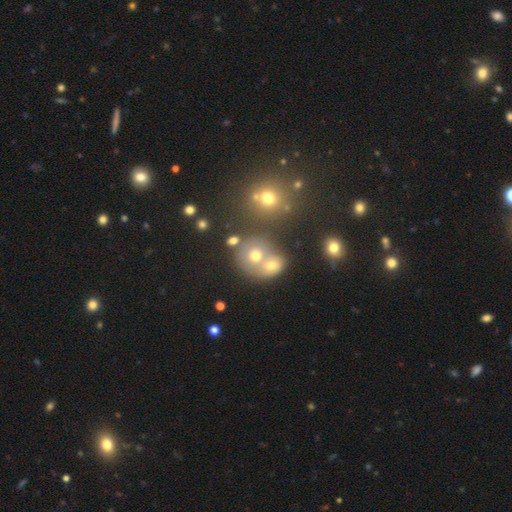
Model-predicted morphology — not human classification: A smooth galaxy with no disk features (60%) that is round (78%). Merging: merger (46%).